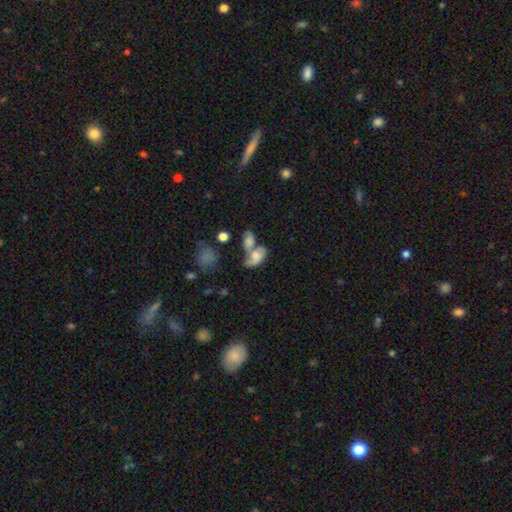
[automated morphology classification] This appears to be a smooth galaxy with no disk features (50%). Merging: merger (57%).